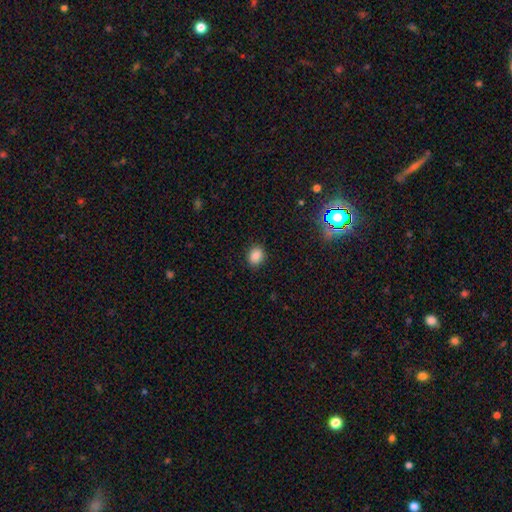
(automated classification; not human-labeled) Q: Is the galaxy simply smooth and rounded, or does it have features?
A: smooth — 86%.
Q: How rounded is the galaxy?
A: round — 55%.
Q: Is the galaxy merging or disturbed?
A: none — 88%.